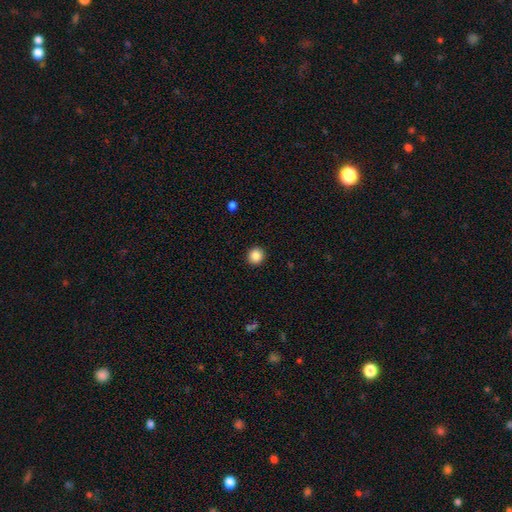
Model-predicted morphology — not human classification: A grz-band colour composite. It shows a smooth galaxy with no disk features (87%) that is round (92%). Merging: none (93%).